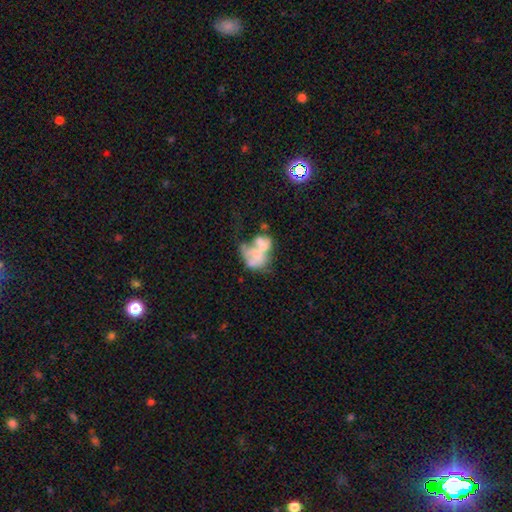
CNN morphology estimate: Q: Smooth or featured?
A: featured or disk (52%); runner-up: smooth (37%)
Q: Edge-on disk?
A: no (98%); runner-up: yes (2%)
Q: Bar?
A: no (91%); runner-up: weak (6%)
Q: Spiral arms?
A: no (91%); runner-up: yes (9%)
Q: Bulge size?
A: none (51%); runner-up: moderate (22%)
Q: Merging?
A: merger (53%); runner-up: major disturbance (21%)